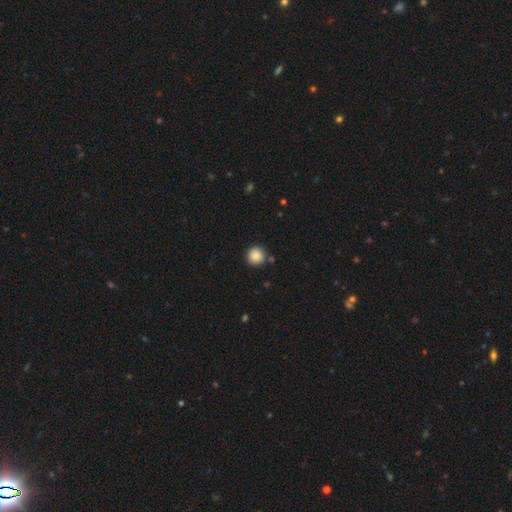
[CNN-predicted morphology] Smooth or featured?
  - smooth: 86% *
  - star or artifact: 9%
  - featured or disk: 5%
How rounded?
  - round: 95% *
  - in between: 4%
  - cigar-shaped: 1%
Merging?
  - none: 85% *
  - minor disturbance: 9%
  - merger: 4%
  - major disturbance: 2%